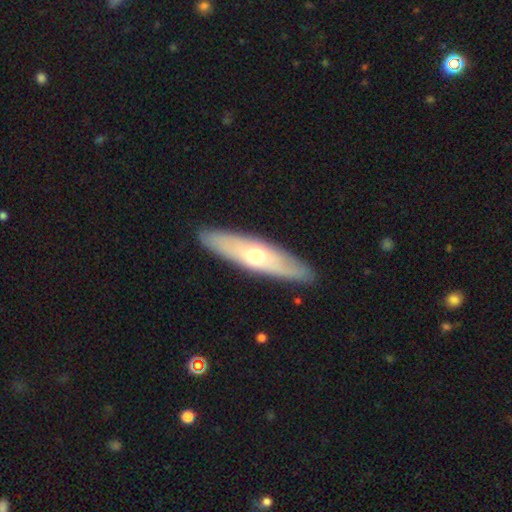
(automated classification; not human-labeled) Smooth or featured? Predicted: featured or disk (p=0.53). Edge-on disk? Predicted: yes (p=0.60). Merging? Predicted: none (p=0.89).